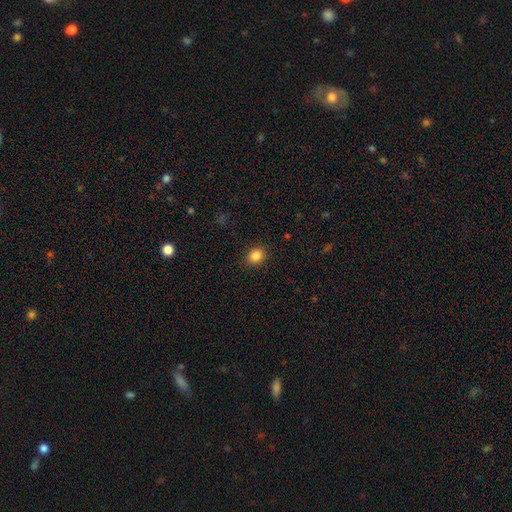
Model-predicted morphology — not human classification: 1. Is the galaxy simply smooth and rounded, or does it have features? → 85% smooth, 10% star or artifact, 4% featured or disk.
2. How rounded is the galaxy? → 62% round, 37% in between, 1% cigar-shaped.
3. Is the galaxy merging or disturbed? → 88% none, 8% minor disturbance, 2% major disturbance, 1% merger.